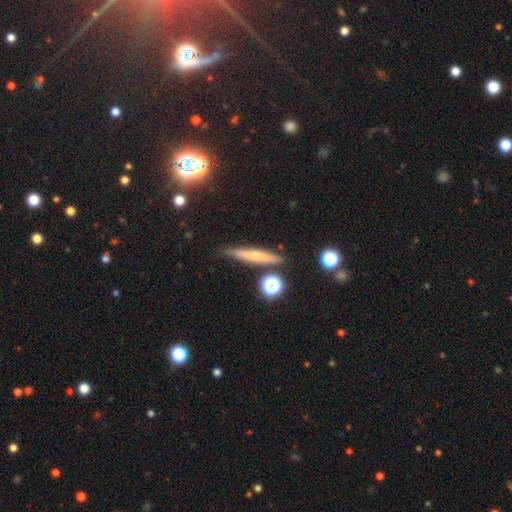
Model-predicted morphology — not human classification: This appears to be a smooth galaxy with no disk features (54%) that is cigar-shaped (87%). Merging: none (83%).